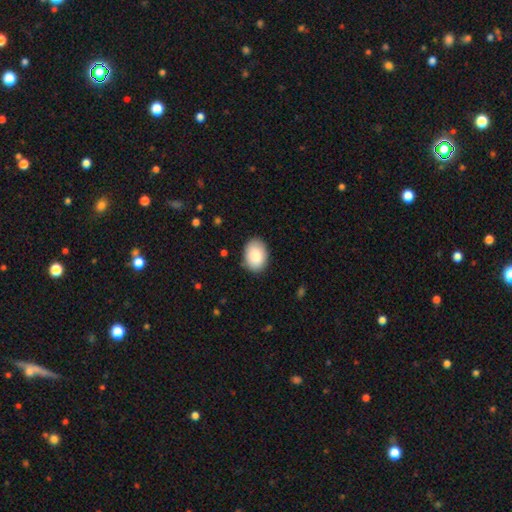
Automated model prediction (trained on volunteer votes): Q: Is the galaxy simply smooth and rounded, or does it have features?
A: smooth — 86%.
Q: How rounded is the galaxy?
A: in between — 81%.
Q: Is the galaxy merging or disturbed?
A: none — 87%.